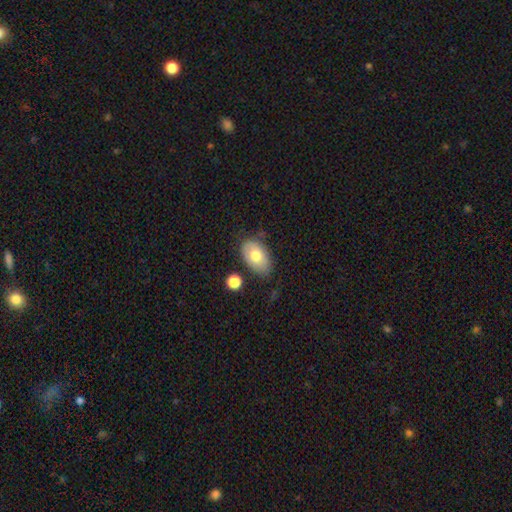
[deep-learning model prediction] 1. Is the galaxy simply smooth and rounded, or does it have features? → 71% smooth, 22% featured or disk, 7% star or artifact.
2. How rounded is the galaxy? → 89% in between, 9% round, 1% cigar-shaped.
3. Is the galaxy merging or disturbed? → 70% none, 21% minor disturbance, 5% major disturbance, 4% merger.